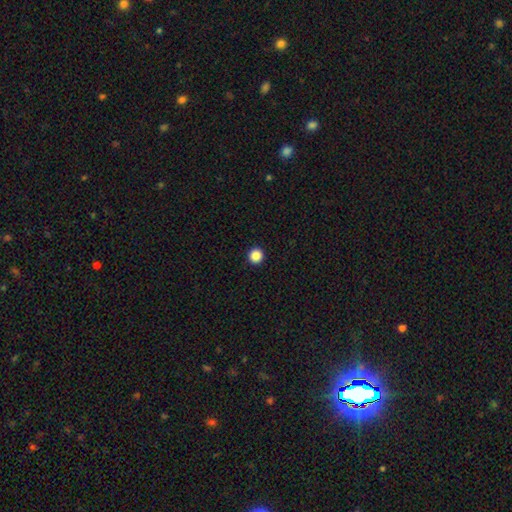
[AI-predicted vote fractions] Morphology: type=smooth (87%); roundness=round (96%); merging=none (94%).